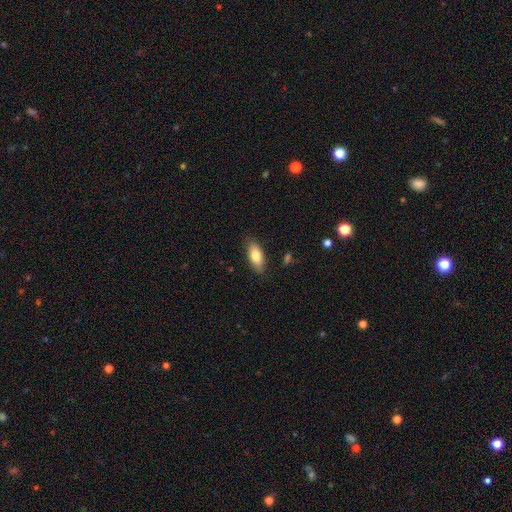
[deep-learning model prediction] A smooth galaxy with no disk features (80%) that is in between round and cigar-shaped (85%).

Vote fractions:
- Smooth or featured? smooth: 80% / featured or disk: 13% / star or artifact: 7%
- How rounded? in between: 85% / cigar-shaped: 13% / round: 3%
- Merging? none: 84% / minor disturbance: 12% / major disturbance: 2% / merger: 1%